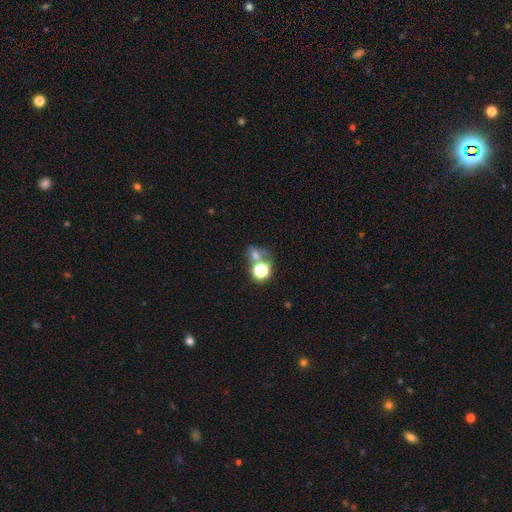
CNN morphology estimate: Smooth or featured? smooth (55%)
How rounded? round (64%)
Merging? none (46%)